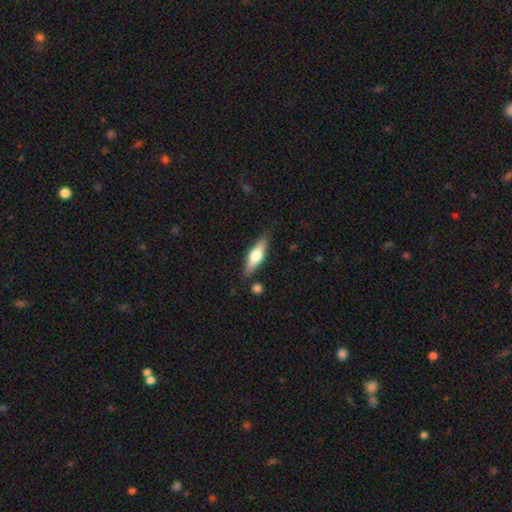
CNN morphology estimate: This appears to be a featured or disk galaxy (50%) viewed edge-on (92%). Merging: none (84%).